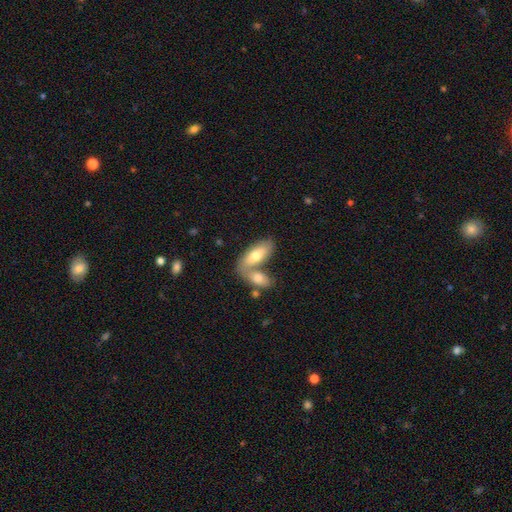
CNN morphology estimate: Overall: smooth (71%). How rounded: in between (83%). Merging: merger (56%; none 33%).